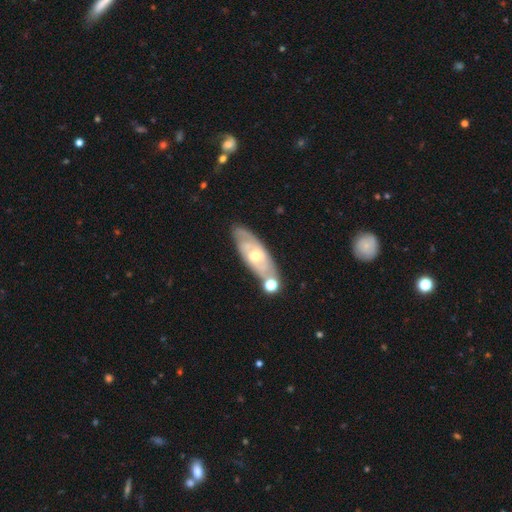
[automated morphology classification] Smooth or featured?
  - featured or disk: 72% *
  - smooth: 22%
  - star or artifact: 6%
Edge-on disk?
  - no: 79% *
  - yes: 21%
Bar?
  - no: 58% *
  - weak: 33%
  - strong: 9%
Spiral arms?
  - yes: 75% *
  - no: 25%
Bulge size?
  - moderate: 63% *
  - small: 30%
  - large: 4%
  - none: 1%
  - dominant: 1%
Merging?
  - none: 68% *
  - minor disturbance: 16%
  - merger: 11%
  - major disturbance: 4%